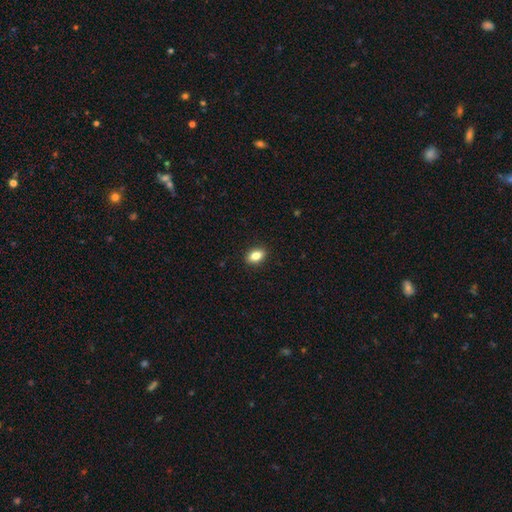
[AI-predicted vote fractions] Q: Smooth or featured?
A: smooth (84%); runner-up: star or artifact (9%)
Q: How rounded?
A: in between (82%); runner-up: round (16%)
Q: Merging?
A: none (90%); runner-up: minor disturbance (7%)